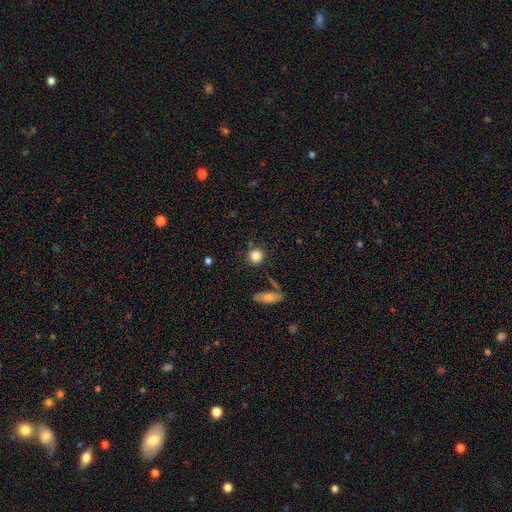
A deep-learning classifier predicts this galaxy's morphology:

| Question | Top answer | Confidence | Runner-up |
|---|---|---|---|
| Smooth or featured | smooth | 83% | star or artifact (10%) |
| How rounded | round | 90% | in between (9%) |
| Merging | none | 81% | minor disturbance (10%) |